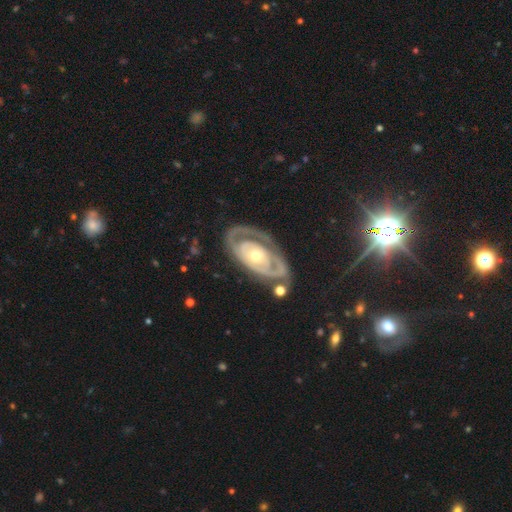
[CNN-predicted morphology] A featured or disk galaxy (82%) with no bar (80%), 2 (41%) tight (69%) spiral arms (72%) and a moderate central bulge (61%). Merging: none (71%).